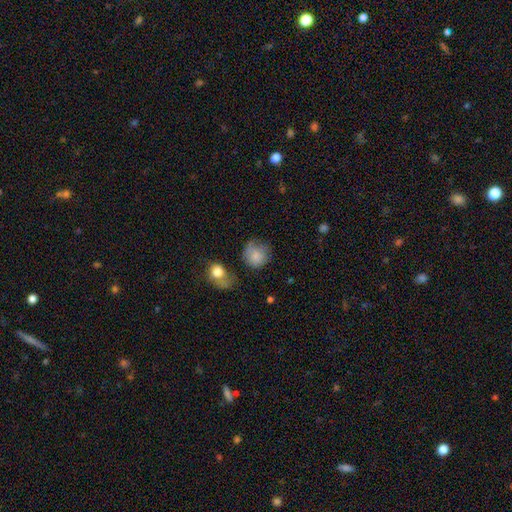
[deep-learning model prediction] smooth 79%, featured or disk 12%, star or artifact 9%. Down the decision tree: how rounded — round (79%); merging — none (48%).